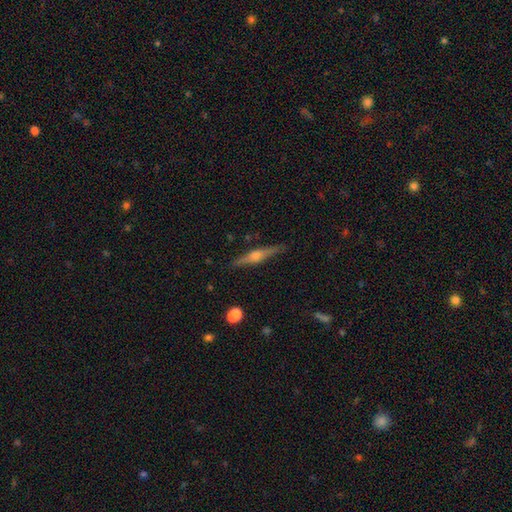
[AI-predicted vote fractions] This is likely a featured or disk galaxy (75%). It is clearly viewed edge-on (98%). Edge-on bulge: clearly rounded (86%). Merging: clearly none (89%).